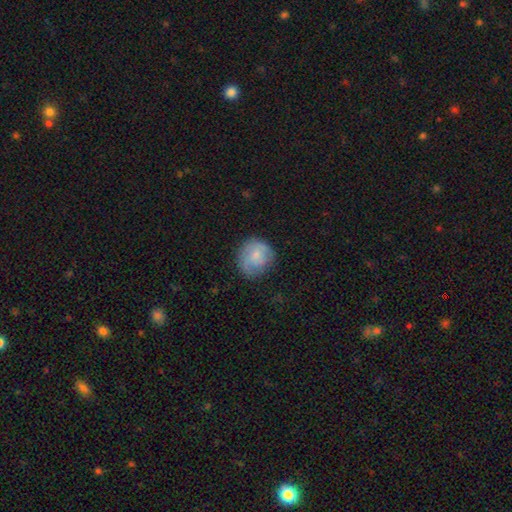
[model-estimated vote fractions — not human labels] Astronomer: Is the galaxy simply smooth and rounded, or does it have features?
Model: smooth — 69%.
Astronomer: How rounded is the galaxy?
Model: round — 87%.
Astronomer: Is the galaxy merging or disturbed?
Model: none — 70%.